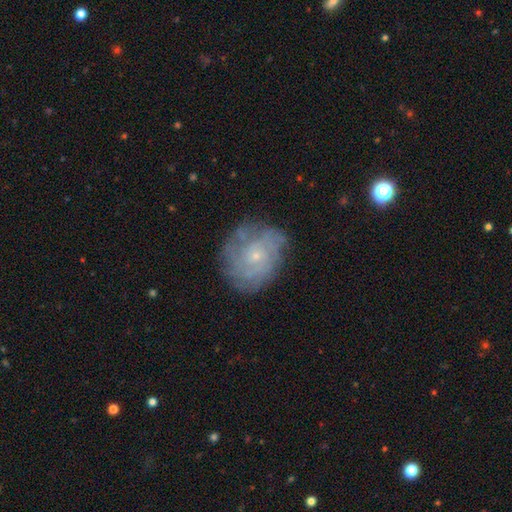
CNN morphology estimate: featured or disk 72%, smooth 19%, star or artifact 9%. Down the decision tree: edge-on disk — no (97%); bar — no (81%); spiral arms — yes (87%); spiral arm count — can't tell (47%); spiral winding — tight (65%); bulge size — small (80%); merging — none (74%).